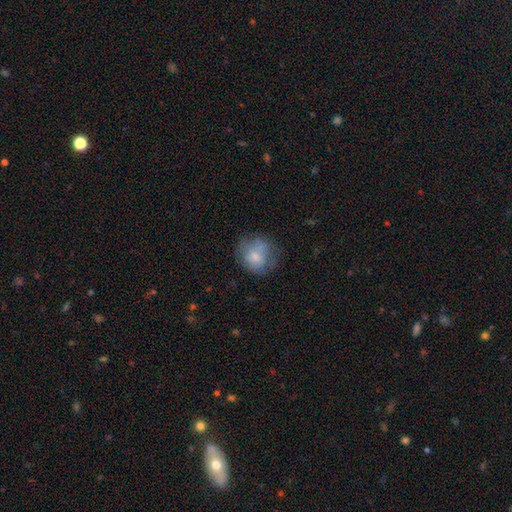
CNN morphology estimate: The model was most divided on "merging": none: 55%, minor disturbance: 27%, major disturbance: 15%, merger: 3%. More confident: how rounded — round (76%); smooth or featured — smooth (67%).